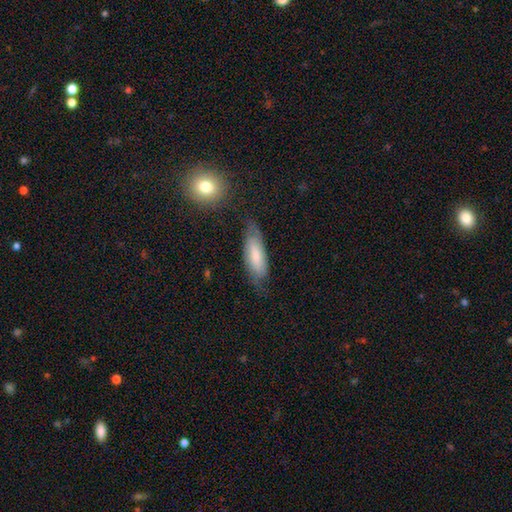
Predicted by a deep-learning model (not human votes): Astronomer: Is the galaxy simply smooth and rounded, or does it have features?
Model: smooth — 64%.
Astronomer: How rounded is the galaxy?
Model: in between — 62%.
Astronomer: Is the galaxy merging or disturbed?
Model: none — 66%.